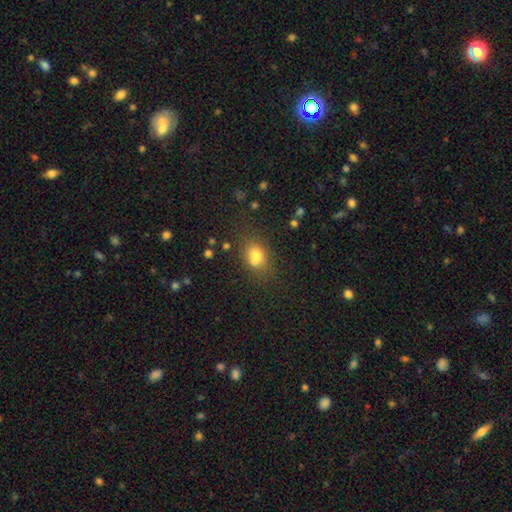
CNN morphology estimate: smooth 72%, featured or disk 14%, star or artifact 14%. Down the decision tree: how rounded — in between (58%); merging — none (49%).